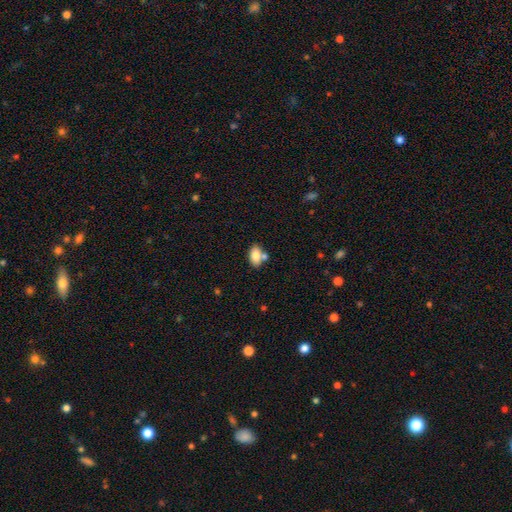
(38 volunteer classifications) A smooth galaxy with no disk features (87%) that is in between round and cigar-shaped (97%).

Vote fractions:
- Smooth or featured? smooth: 87% / featured or disk: 8% / star or artifact: 5%
- How rounded? in between: 97% / round: 3% / cigar-shaped: 0%
- Merging? none: 75% / merger: 22% / minor disturbance: 3% / major disturbance: 0%